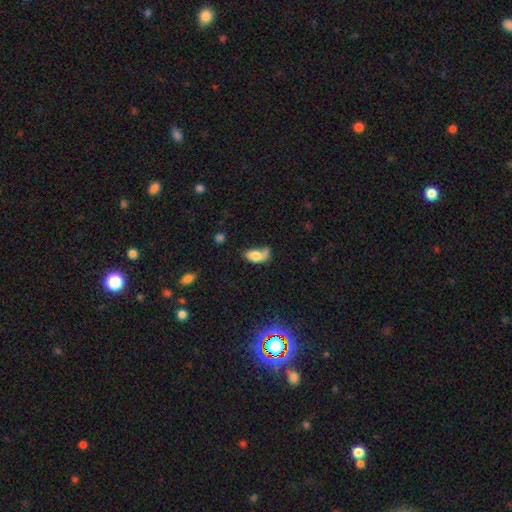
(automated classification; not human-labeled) Smooth or featured?
  - smooth: 73% *
  - featured or disk: 19%
  - star or artifact: 9%
How rounded?
  - in between: 88% *
  - round: 7%
  - cigar-shaped: 5%
Merging?
  - none: 33% *
  - minor disturbance: 25%
  - major disturbance: 22%
  - merger: 19%